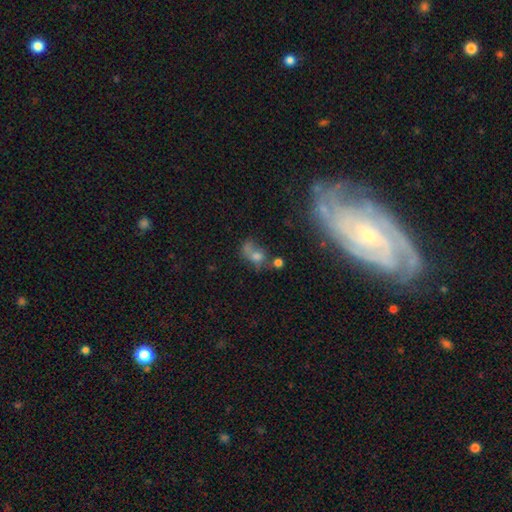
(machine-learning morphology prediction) type=smooth (49%); merging=none (32%).